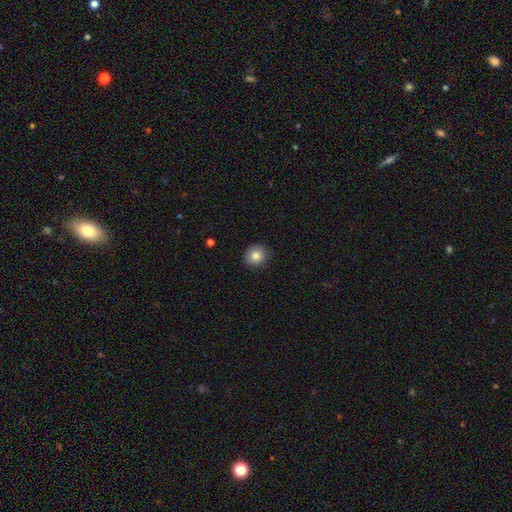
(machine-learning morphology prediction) Smooth or featured?
  - smooth: 84% *
  - star or artifact: 9%
  - featured or disk: 6%
How rounded?
  - round: 86% *
  - in between: 13%
  - cigar-shaped: 1%
Merging?
  - none: 88% *
  - minor disturbance: 9%
  - major disturbance: 2%
  - merger: 1%